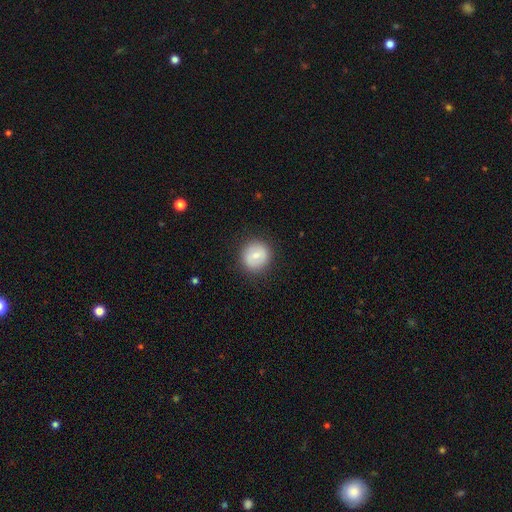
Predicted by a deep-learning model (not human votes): Overall: smooth (71%). How rounded: round (92%). Merging: none (87%).